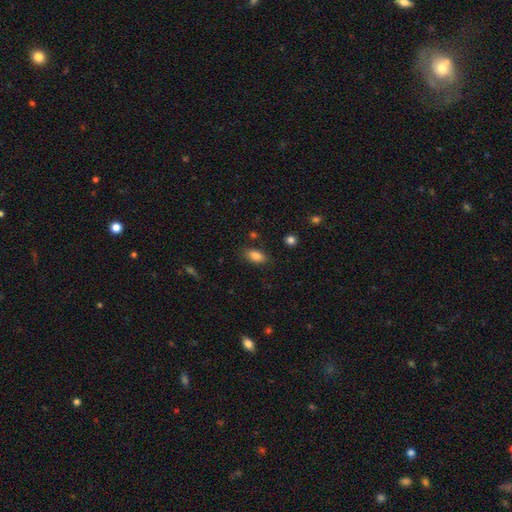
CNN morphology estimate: A smooth galaxy with no disk features (83%) that is in between round and cigar-shaped (87%).

Vote fractions:
- Smooth or featured? smooth: 83% / star or artifact: 9% / featured or disk: 8%
- How rounded? in between: 87% / round: 8% / cigar-shaped: 5%
- Merging? none: 82% / minor disturbance: 13% / major disturbance: 3% / merger: 2%